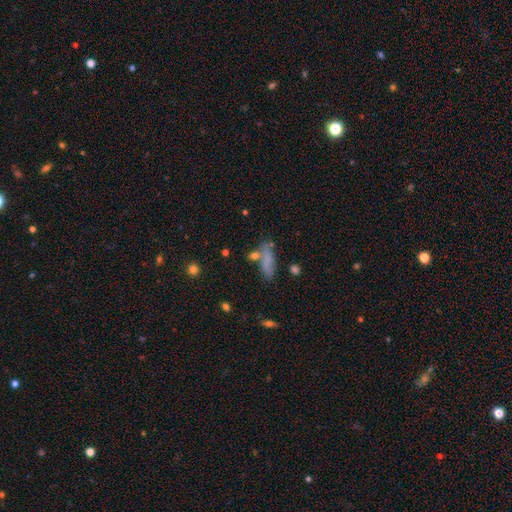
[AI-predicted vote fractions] smooth 72%, featured or disk 16%, star or artifact 12%. Down the decision tree: how rounded — cigar-shaped (52%); merging — none (64%).